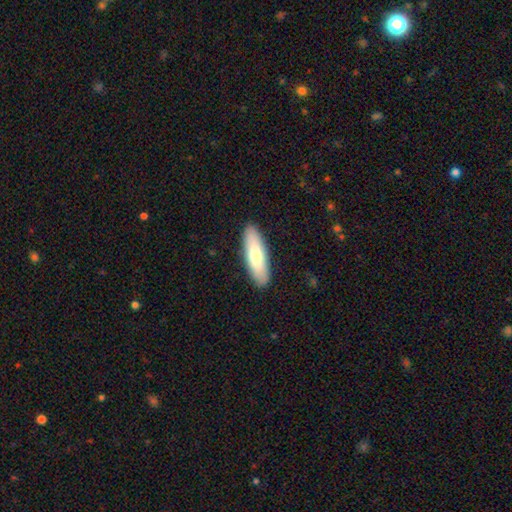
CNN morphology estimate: Smooth or featured? Predicted: smooth (p=0.71). How rounded? Predicted: cigar-shaped (p=0.50). Merging? Predicted: none (p=0.90).